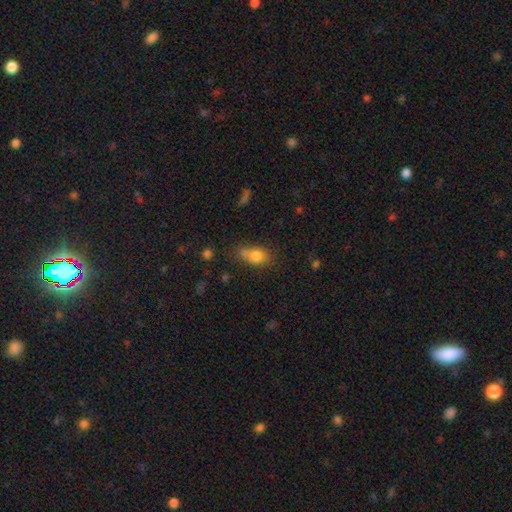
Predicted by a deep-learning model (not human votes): Smooth or featured: smooth — 80% (featured or disk — 11%)
How rounded: in between — 75% (round — 19%)
Merging: none — 51% (minor disturbance — 26%)